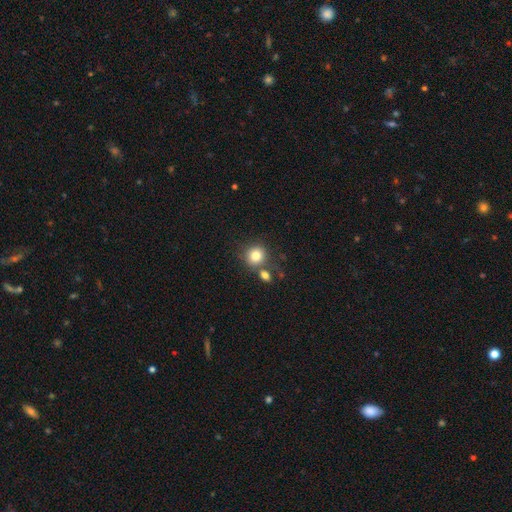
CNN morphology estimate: Smooth or featured?
  - smooth: 81% *
  - star or artifact: 11%
  - featured or disk: 8%
How rounded?
  - round: 86% *
  - in between: 14%
  - cigar-shaped: 1%
Merging?
  - none: 65% *
  - merger: 20%
  - minor disturbance: 11%
  - major disturbance: 4%